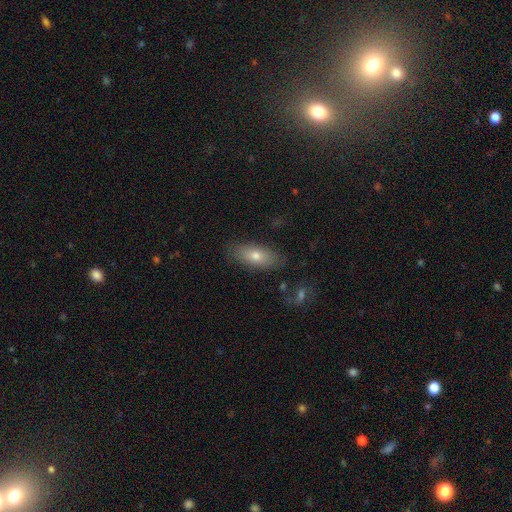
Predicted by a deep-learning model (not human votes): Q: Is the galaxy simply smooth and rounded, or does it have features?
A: smooth — 69%.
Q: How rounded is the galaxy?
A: in between — 78%.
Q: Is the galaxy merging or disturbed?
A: none — 84%.